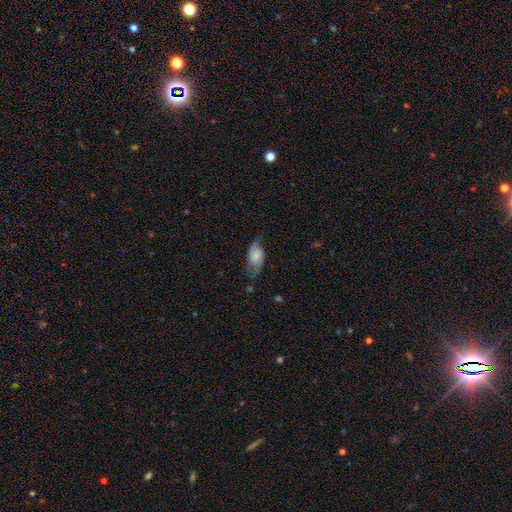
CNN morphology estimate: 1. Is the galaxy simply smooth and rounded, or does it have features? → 61% featured or disk, 32% smooth, 7% star or artifact.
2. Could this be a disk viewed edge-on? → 93% no, 7% yes.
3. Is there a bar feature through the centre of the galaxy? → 48% no, 40% weak, 12% strong.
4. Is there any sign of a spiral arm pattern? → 88% yes, 12% no.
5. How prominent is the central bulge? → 28% moderate (tied), 28% small (tied), 22% none, 18% large, 4% dominant.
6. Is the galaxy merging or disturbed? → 59% none, 24% minor disturbance, 14% major disturbance, 2% merger.